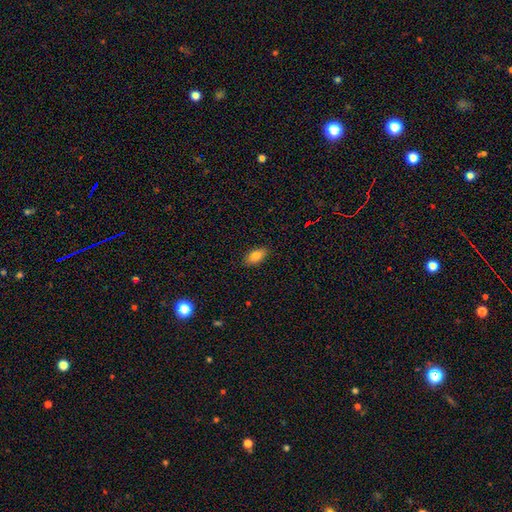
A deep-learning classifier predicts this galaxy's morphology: This appears to be a smooth galaxy with no disk features (83%) that is in between round and cigar-shaped (89%). Merging: none (87%).